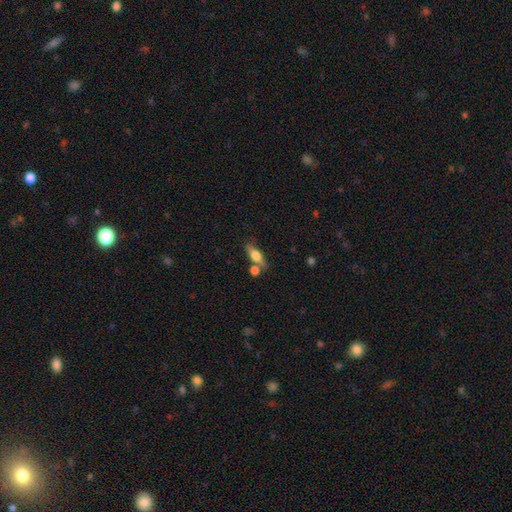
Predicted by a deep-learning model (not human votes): smooth 57%, featured or disk 35%, star or artifact 8%. Down the decision tree: how rounded — in between (56%); merging — none (65%).